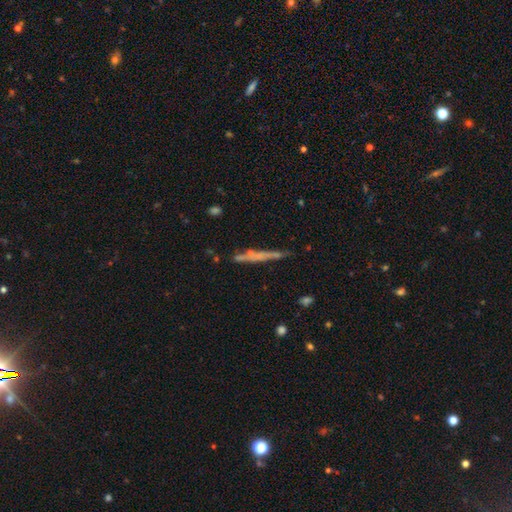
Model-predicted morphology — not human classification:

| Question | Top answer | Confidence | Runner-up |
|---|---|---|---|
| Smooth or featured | featured or disk | 48% | smooth (43%) |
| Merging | none | 76% | minor disturbance (15%) |